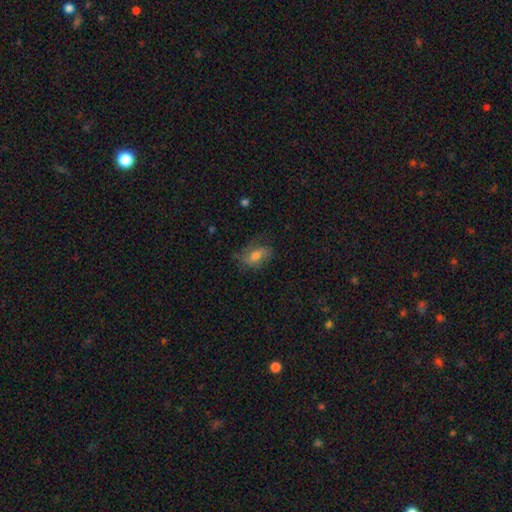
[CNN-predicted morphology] smooth 51%, featured or disk 38%, star or artifact 10%. Down the decision tree: how rounded — in between (81%); merging — none (61%).